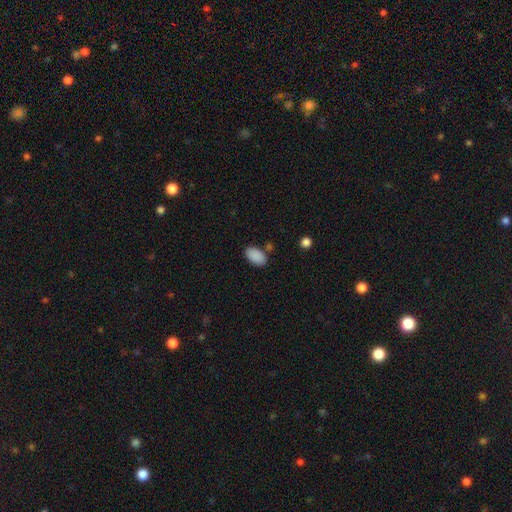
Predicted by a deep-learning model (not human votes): Smooth or featured: smooth — 89% (star or artifact — 7%)
How rounded: in between — 95% (round — 4%)
Merging: none — 80% (minor disturbance — 12%)